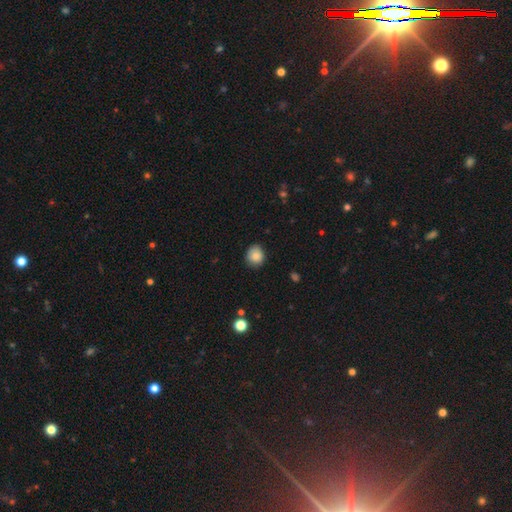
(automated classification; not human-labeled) A smooth galaxy with no disk features (84%) that is round (77%). Merging: none (82%).